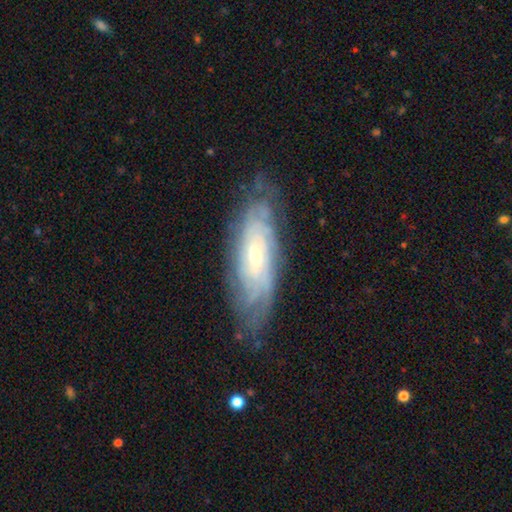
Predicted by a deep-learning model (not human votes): smooth-or-featured: featured or disk: 80% | smooth: 14% | star or artifact: 6%
  disk-edge-on: no: 85% | yes: 15%
    bar: no: 57% | weak: 34% | strong: 9%
    has-spiral-arms: yes: 94% | no: 6%
      spiral-winding: tight: 75% | medium: 20% | loose: 5%
      spiral-arm-count: can't tell: 54% | 4: 14% | more than 4: 11% | 2: 9% | 3: 8% | 1: 4%
    bulge-size: small: 60% | moderate: 34% | large: 3% | none: 2% | dominant: 1%
  merging: none: 75% | minor disturbance: 18% | major disturbance: 5% | merger: 1%